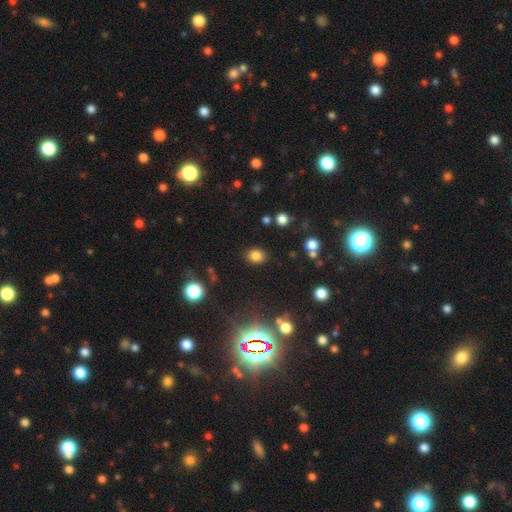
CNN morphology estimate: A smooth galaxy with no disk features (81%) that is round (50%). Merging: none (86%).